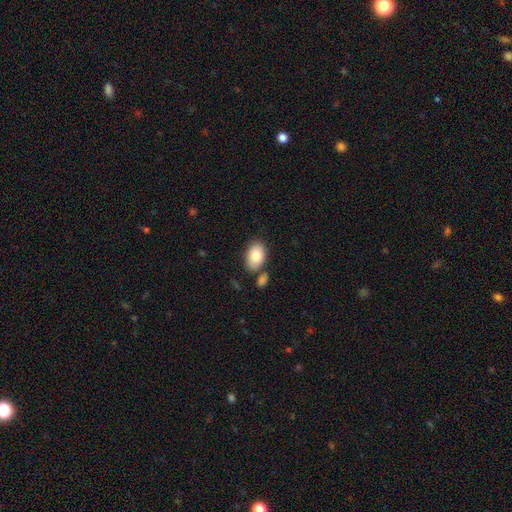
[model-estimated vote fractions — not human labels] Smooth or featured? Predicted: smooth (p=0.82). How rounded? Predicted: in between (p=0.89). Merging? Predicted: none (p=0.73).